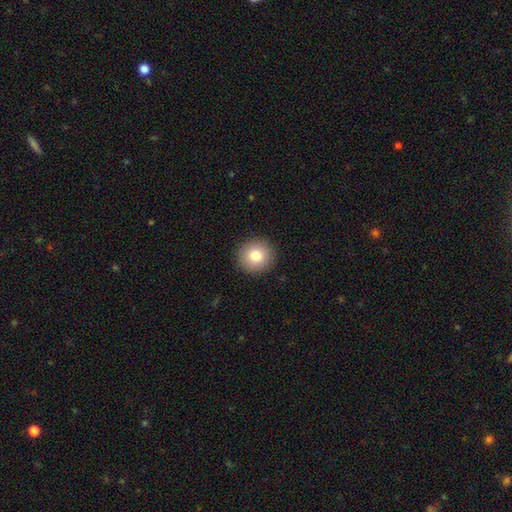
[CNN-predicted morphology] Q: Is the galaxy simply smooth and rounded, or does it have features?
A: smooth — 81%.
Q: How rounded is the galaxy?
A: round — 93%.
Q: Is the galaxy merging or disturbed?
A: none — 92%.